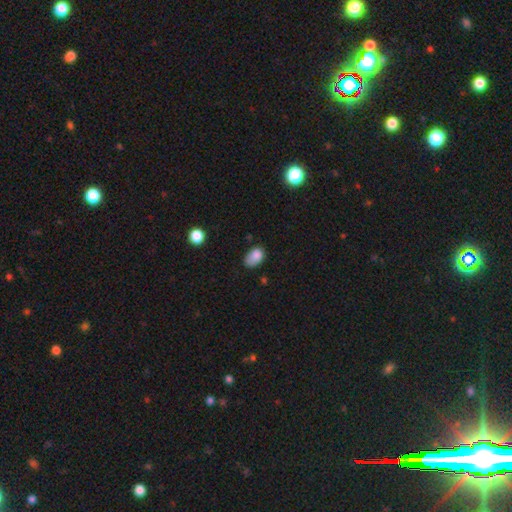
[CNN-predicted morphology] Overall: smooth (82%). How rounded: in between (83%). Merging: none (44%; minor disturbance 39%).